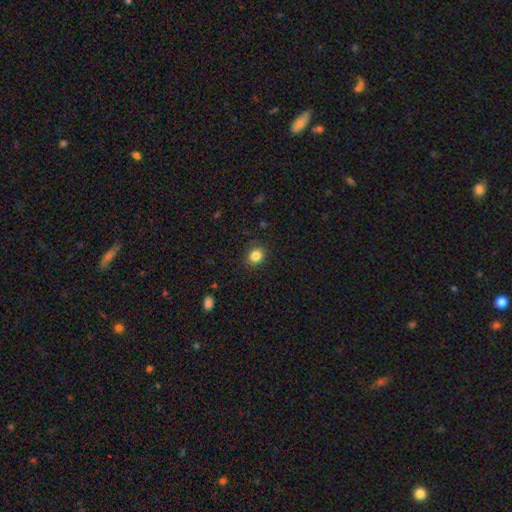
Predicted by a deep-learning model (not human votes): smooth-or-featured: smooth: 84% | star or artifact: 11% | featured or disk: 5%
  how-rounded: round: 72% | in between: 27% | cigar-shaped: 1%
  merging: none: 88% | minor disturbance: 9% | major disturbance: 2% | merger: 1%